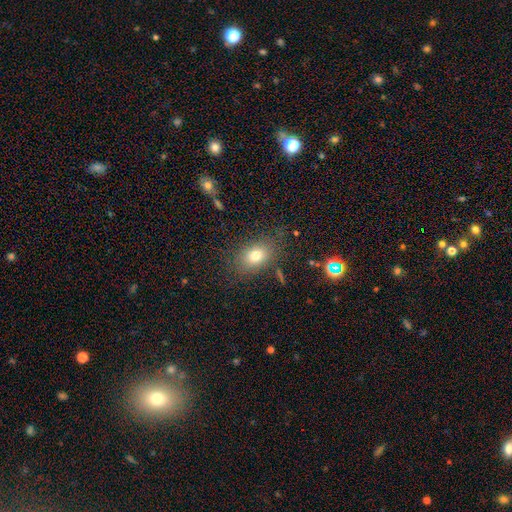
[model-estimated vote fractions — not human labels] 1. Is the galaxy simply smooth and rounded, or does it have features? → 76% smooth, 12% star or artifact, 12% featured or disk.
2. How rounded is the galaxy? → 73% in between, 25% round, 1% cigar-shaped.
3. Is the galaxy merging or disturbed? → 78% none, 14% minor disturbance, 6% major disturbance, 2% merger.